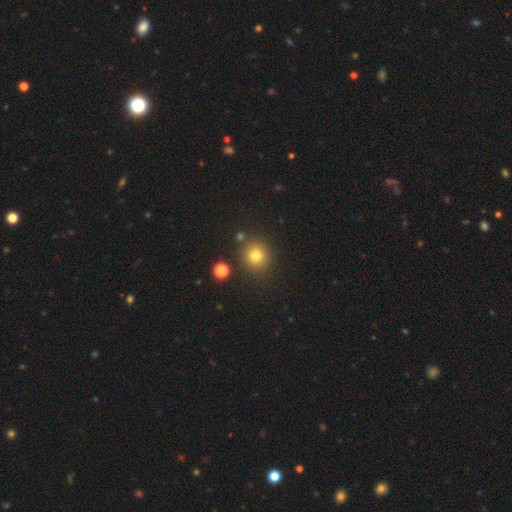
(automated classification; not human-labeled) Q: Smooth or featured?
A: smooth (78%); runner-up: star or artifact (15%)
Q: How rounded?
A: round (89%); runner-up: in between (10%)
Q: Merging?
A: none (84%); runner-up: minor disturbance (8%)